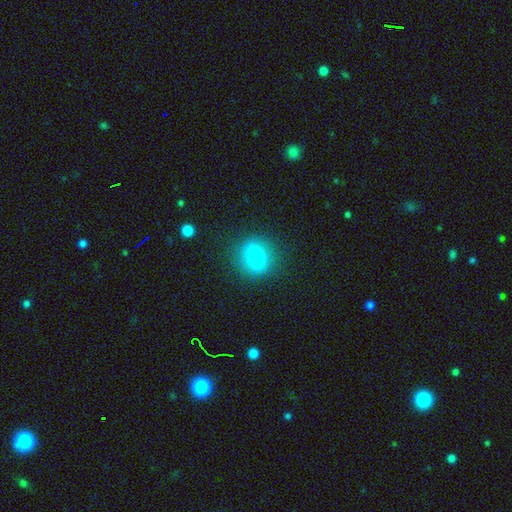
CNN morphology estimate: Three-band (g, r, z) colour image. It shows a smooth galaxy with no disk features (75%) that is round (80%). Merging: none (85%).